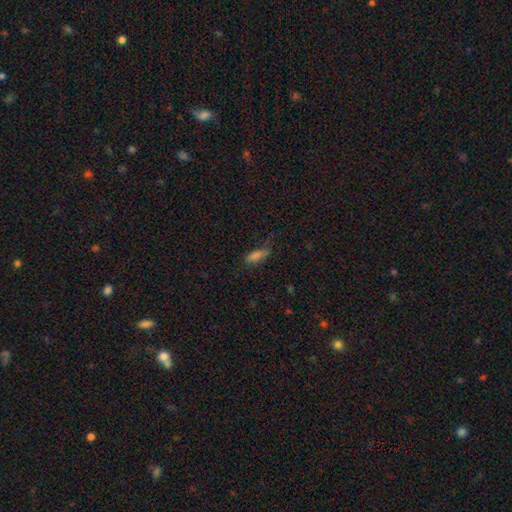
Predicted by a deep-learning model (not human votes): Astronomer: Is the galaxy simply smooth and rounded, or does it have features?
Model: smooth — 74%.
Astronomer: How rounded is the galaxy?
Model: in between — 69%.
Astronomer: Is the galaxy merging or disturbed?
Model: none — 48% (runner-up: minor disturbance, 31%).